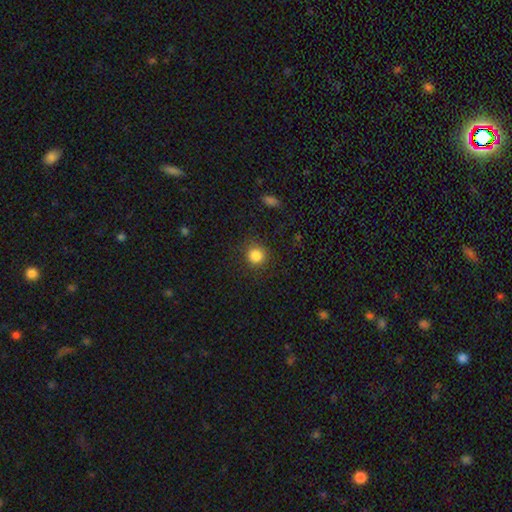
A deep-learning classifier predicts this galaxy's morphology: Smooth or featured? Predicted: smooth (p=0.85). How rounded? Predicted: round (p=0.91). Merging? Predicted: none (p=0.87).